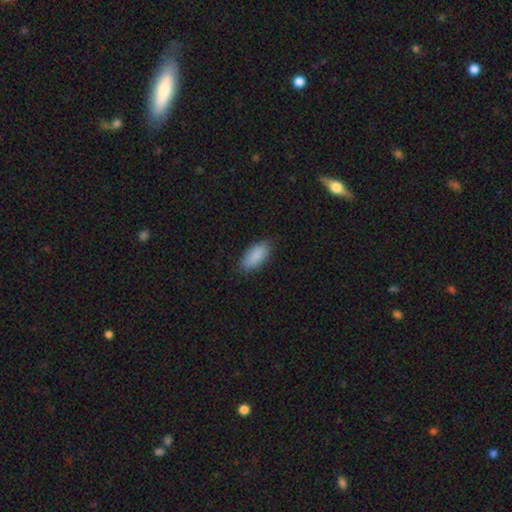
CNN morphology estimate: This is clearly a smooth galaxy (89%). How rounded: clearly in between (88%). Merging: clearly none (81%).